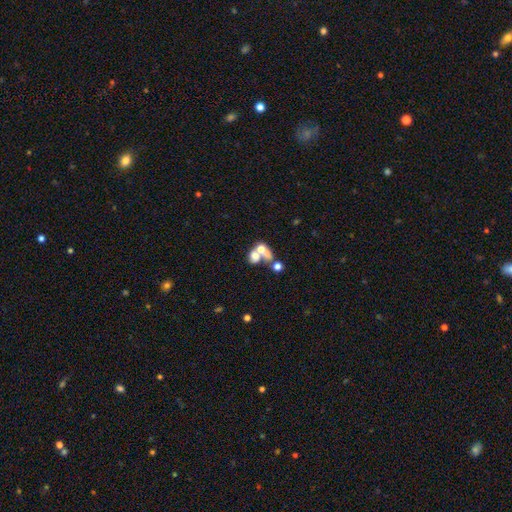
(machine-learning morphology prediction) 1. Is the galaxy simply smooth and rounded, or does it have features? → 60% smooth, 26% featured or disk, 14% star or artifact.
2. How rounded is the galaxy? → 51% in between, 46% round, 2% cigar-shaped.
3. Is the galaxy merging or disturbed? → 63% merger, 22% none, 9% major disturbance, 7% minor disturbance.